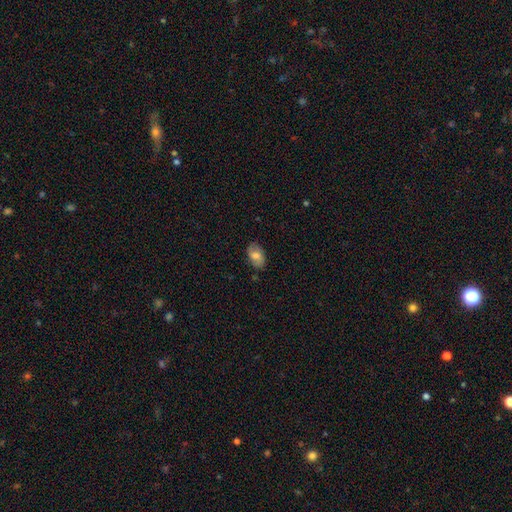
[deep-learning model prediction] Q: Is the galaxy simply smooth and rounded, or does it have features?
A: smooth — 65%.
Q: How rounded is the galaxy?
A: in between — 90%.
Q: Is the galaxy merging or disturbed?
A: none — 79%.